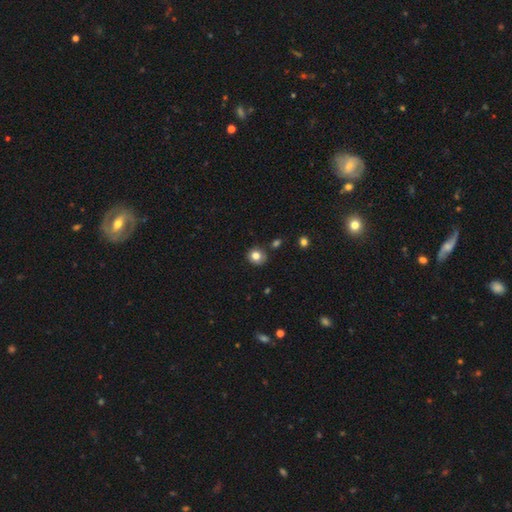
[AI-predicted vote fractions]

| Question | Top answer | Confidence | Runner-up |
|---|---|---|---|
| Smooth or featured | smooth | 80% | star or artifact (11%) |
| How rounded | round | 83% | in between (16%) |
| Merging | none | 82% | minor disturbance (12%) |